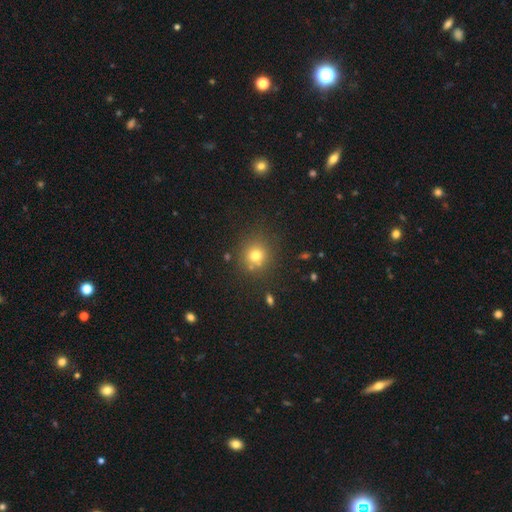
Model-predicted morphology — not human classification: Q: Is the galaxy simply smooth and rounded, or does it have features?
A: smooth — 74%.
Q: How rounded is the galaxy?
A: round — 89%.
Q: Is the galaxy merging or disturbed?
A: none — 78%.